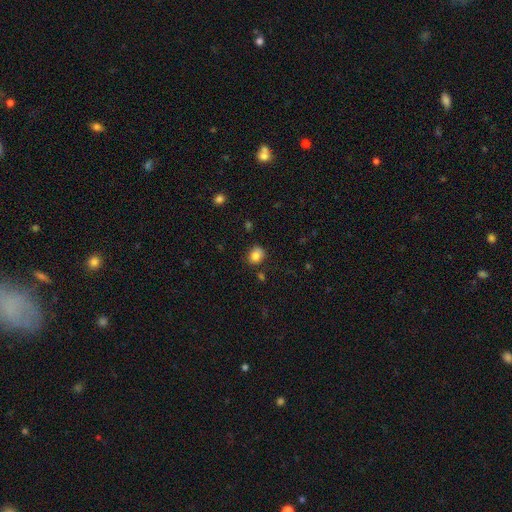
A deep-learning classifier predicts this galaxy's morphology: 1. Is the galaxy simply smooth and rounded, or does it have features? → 83% smooth, 10% star or artifact, 7% featured or disk.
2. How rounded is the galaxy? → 60% round, 40% in between, 1% cigar-shaped.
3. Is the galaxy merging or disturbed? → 75% none, 17% minor disturbance, 4% merger, 4% major disturbance.